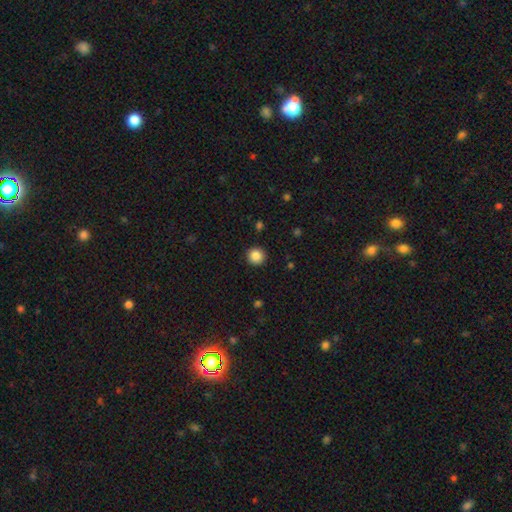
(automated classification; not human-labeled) Smooth or featured? smooth (86%)
How rounded? round (95%)
Merging? none (93%)